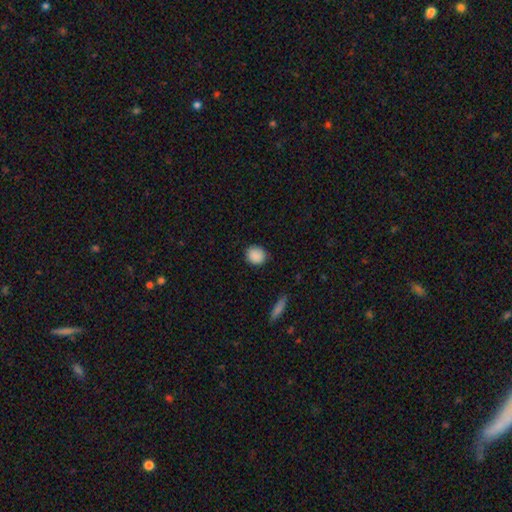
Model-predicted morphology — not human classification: Smooth or featured: smooth — 89% (star or artifact — 8%)
How rounded: round — 75% (in between — 24%)
Merging: none — 86% (minor disturbance — 10%)